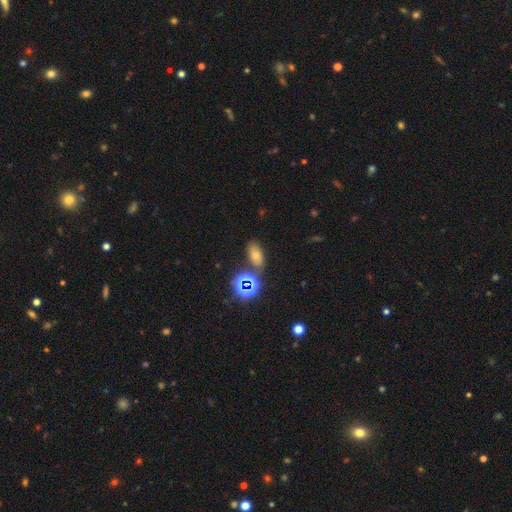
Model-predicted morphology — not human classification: smooth-or-featured: smooth: 48% | star or artifact: 36% | featured or disk: 17%
  merging: none: 76% | minor disturbance: 12% | merger: 8% | major disturbance: 4%